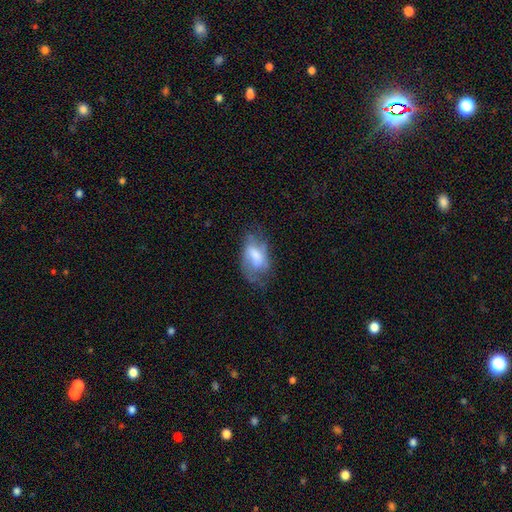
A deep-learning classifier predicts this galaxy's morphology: featured or disk 52%, smooth 40%, star or artifact 7%. Down the decision tree: edge-on disk — no (94%); merging — none (51%).